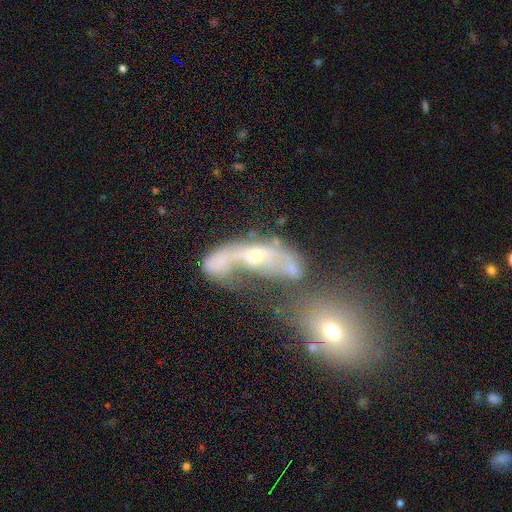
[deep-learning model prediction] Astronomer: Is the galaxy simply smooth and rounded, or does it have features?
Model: featured or disk — 62%.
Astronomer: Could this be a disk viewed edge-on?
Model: no — 88%.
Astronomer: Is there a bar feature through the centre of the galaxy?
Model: no — 70%.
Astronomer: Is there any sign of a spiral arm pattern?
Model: yes — 52% (runner-up: no, 48%).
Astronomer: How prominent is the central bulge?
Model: moderate — 59%.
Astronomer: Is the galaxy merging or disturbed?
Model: merger — 58%.